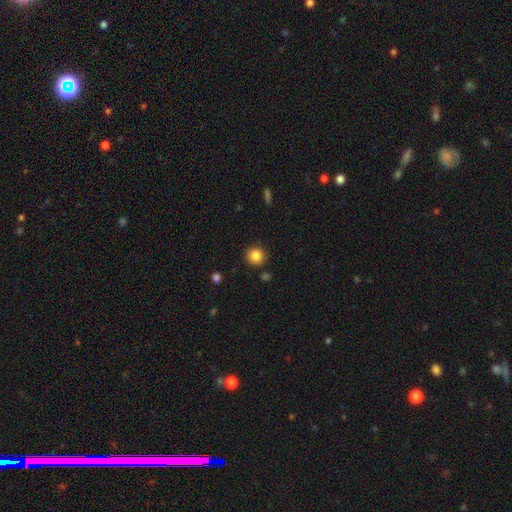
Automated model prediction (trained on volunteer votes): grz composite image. It shows a smooth galaxy with no disk features (84%) that is round (94%). Merging: none (90%).